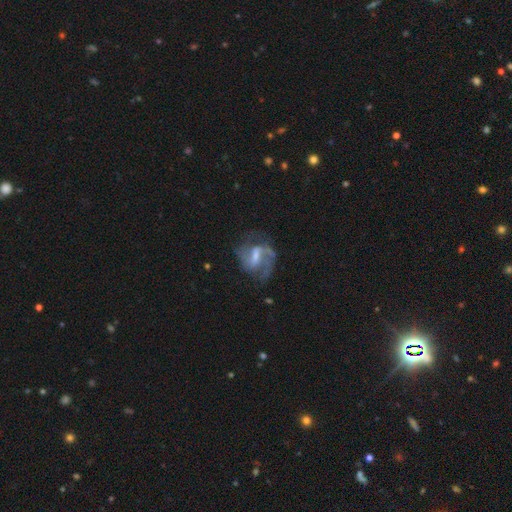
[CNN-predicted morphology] smooth-or-featured: featured or disk: 82% | smooth: 11% | star or artifact: 6%
  disk-edge-on: no: 97% | yes: 3%
    bar: weak: 52% | strong: 34% | no: 14%
    has-spiral-arms: yes: 92% | no: 8%
      spiral-winding: medium: 52% | loose: 32% | tight: 16%
      spiral-arm-count: 2: 75% | can't tell: 9% | 1: 6% | 3: 6% | 4: 2% | more than 4: 2%
    bulge-size: small: 40% | moderate: 38% | none: 15% | large: 5% | dominant: 1%
  merging: none: 56% | minor disturbance: 21% | major disturbance: 20% | merger: 3%